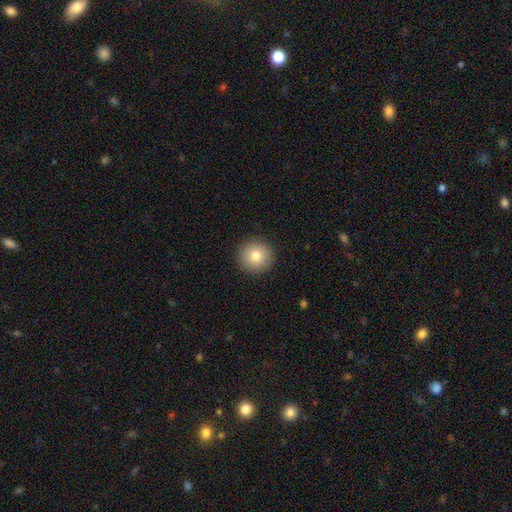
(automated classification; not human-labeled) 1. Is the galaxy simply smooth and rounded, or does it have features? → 81% smooth, 9% star or artifact, 9% featured or disk.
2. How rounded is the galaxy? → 95% round, 4% in between, 1% cigar-shaped.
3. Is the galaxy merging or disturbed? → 92% none, 5% minor disturbance, 2% major disturbance, 1% merger.